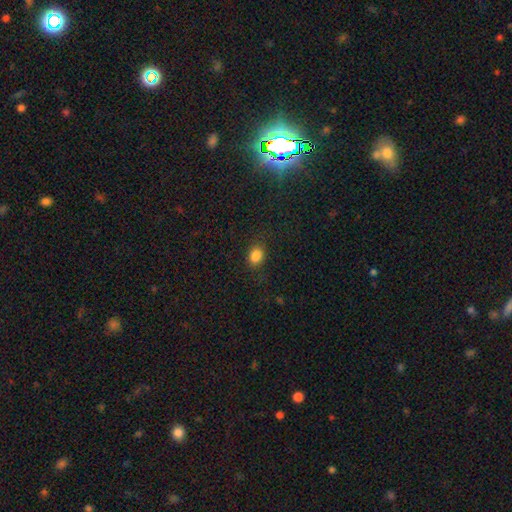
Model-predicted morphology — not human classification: Smooth or featured? smooth (84%)
How rounded? in between (53%)
Merging? none (81%)